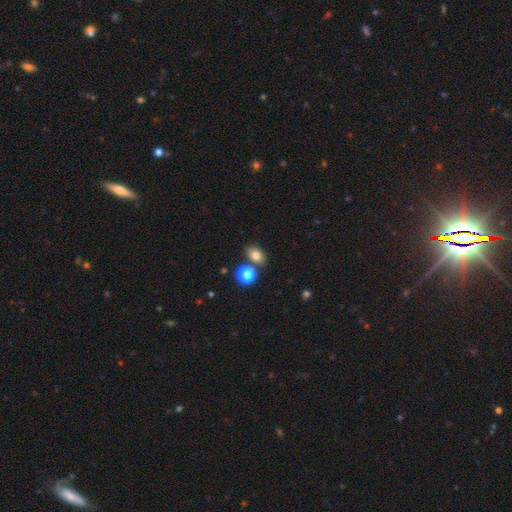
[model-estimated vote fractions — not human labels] Overall: smooth (78%). How rounded: in between (67%; round 32%). Merging: none (69%).